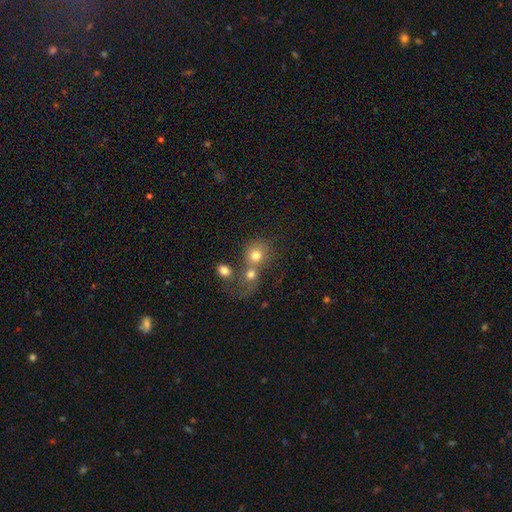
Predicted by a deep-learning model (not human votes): smooth 73%, featured or disk 15%, star or artifact 12%. Down the decision tree: how rounded — round (78%); merging — merger (54%).